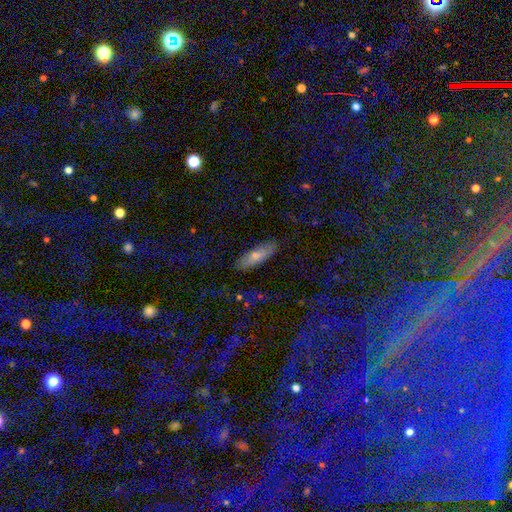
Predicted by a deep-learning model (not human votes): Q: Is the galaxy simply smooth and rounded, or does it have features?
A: smooth — 61%.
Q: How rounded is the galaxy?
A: cigar-shaped — 53%.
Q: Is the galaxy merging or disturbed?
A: none — 82%.